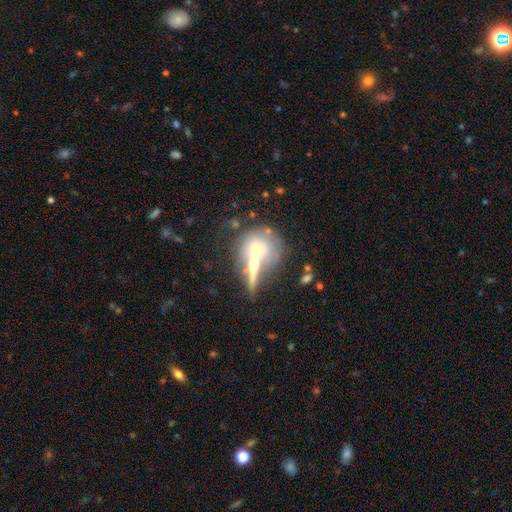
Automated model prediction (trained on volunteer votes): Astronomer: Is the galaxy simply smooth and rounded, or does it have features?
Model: smooth — 45% (runner-up: featured or disk, 44%).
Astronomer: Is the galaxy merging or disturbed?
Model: merger — 46% (runner-up: none, 36%).